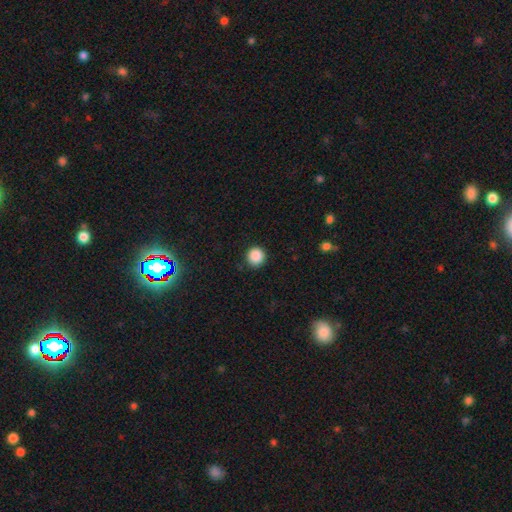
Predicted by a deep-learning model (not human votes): This appears to be a smooth galaxy with no disk features (87%) that is round (95%). Merging: none (90%).